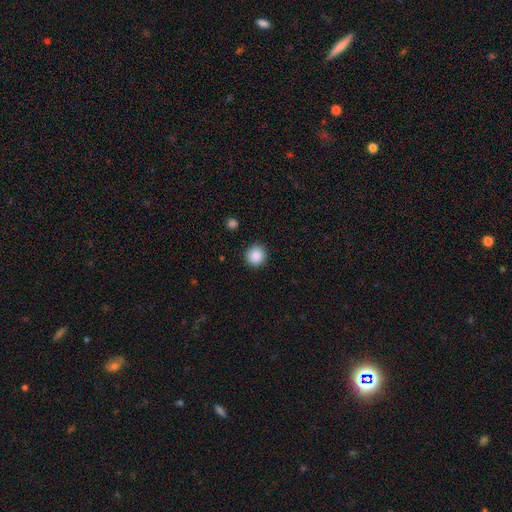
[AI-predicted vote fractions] Smooth or featured? Predicted: smooth (p=0.88). How rounded? Predicted: round (p=0.94). Merging? Predicted: none (p=0.91).